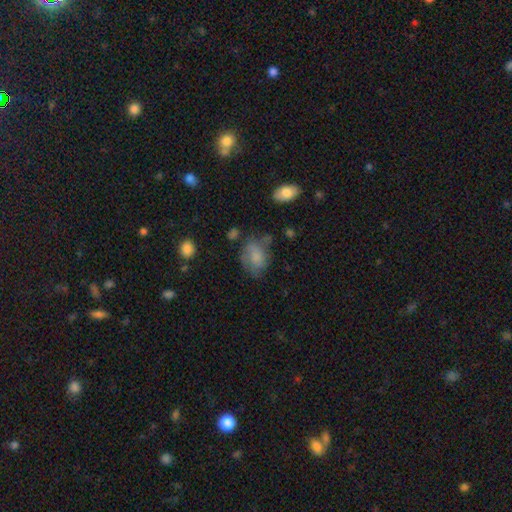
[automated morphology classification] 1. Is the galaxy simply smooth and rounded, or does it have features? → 70% smooth, 21% featured or disk, 9% star or artifact.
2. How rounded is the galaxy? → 73% in between, 26% round, 2% cigar-shaped.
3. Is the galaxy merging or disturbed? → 48% none, 30% minor disturbance, 17% major disturbance, 4% merger.